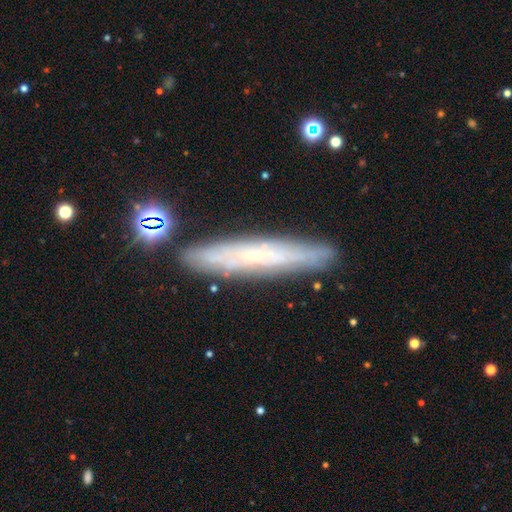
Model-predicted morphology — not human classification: Overall: featured or disk (62%; smooth 29%). Edge-on disk: yes (71%). Merging: none (85%).